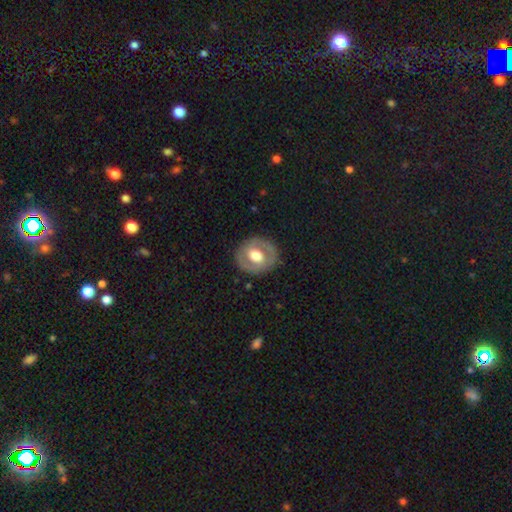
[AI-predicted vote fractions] Overall: featured or disk (54%; smooth 40%). Edge-on disk: no (95%). Bar: no (57%; weak 31%). Spiral arms: no (73%). Bulge size: moderate (55%; large 38%). Merging: none (83%).